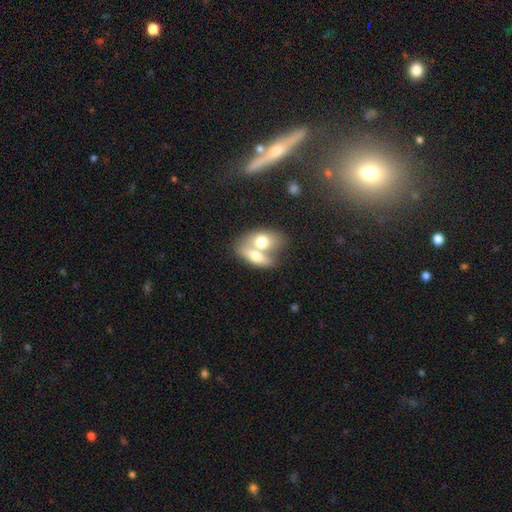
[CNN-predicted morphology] The model was most divided on "smooth or featured": smooth: 63%, featured or disk: 30%, star or artifact: 6%. More confident: how rounded — in between (79%); merging — merger (73%).